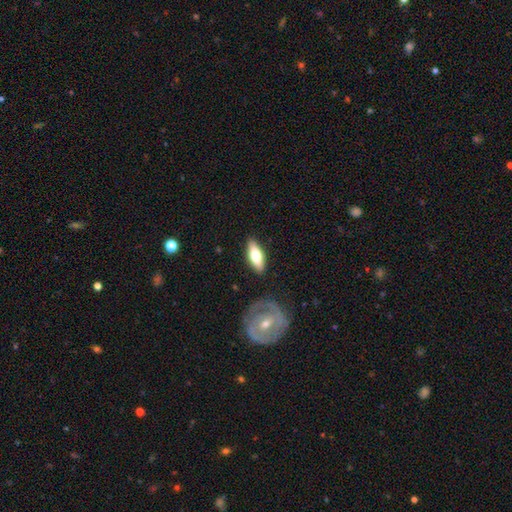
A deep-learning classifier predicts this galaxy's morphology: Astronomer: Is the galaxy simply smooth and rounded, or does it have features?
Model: smooth — 62%.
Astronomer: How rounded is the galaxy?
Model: in between — 66%.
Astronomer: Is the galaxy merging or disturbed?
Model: none — 85%.